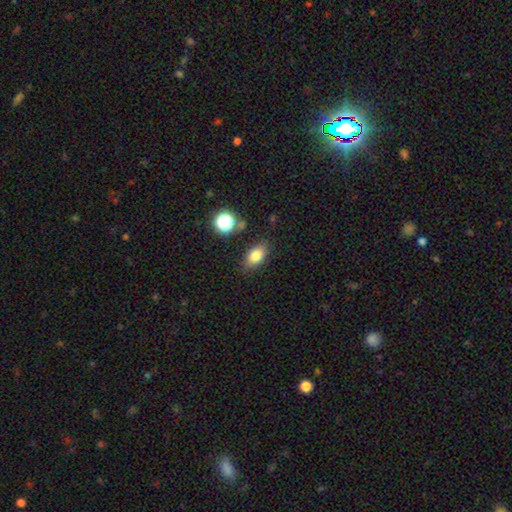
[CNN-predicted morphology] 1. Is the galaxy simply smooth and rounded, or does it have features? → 78% smooth, 11% star or artifact, 10% featured or disk.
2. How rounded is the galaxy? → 84% in between, 12% round, 4% cigar-shaped.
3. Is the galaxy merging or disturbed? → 82% none, 12% minor disturbance, 3% major disturbance, 3% merger.